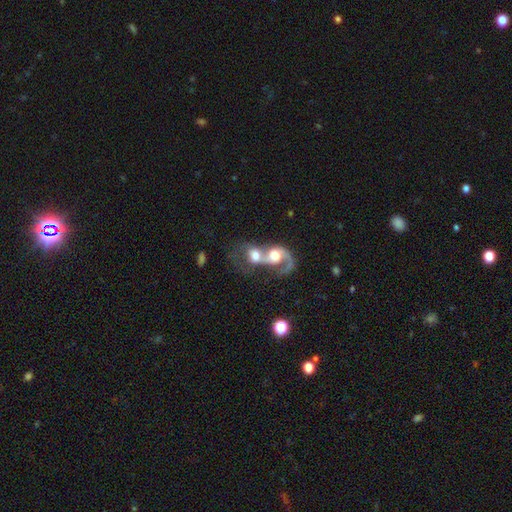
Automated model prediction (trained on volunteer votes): smooth-or-featured: featured or disk: 61% | smooth: 32% | star or artifact: 7%
  disk-edge-on: no: 97% | yes: 3%
    bar: no: 69% | weak: 25% | strong: 6%
    has-spiral-arms: yes: 78% | no: 22%
    bulge-size: moderate: 41% | large: 40% | small: 8% | dominant: 6% | none: 5%
  merging: merger: 86% | major disturbance: 6% | none: 5% | minor disturbance: 3%